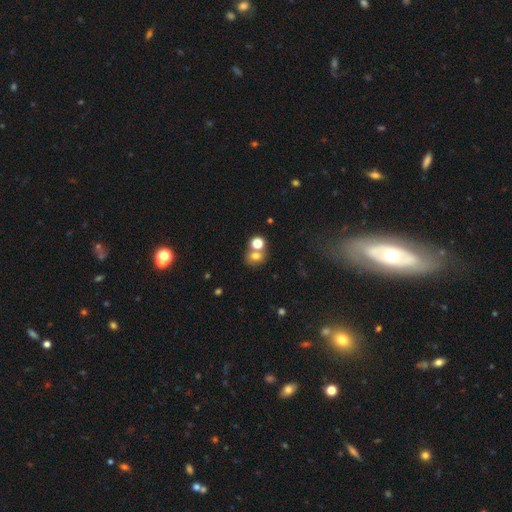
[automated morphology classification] smooth-or-featured: smooth: 71% | star or artifact: 16% | featured or disk: 13%
  how-rounded: round: 61% | in between: 37% | cigar-shaped: 1%
  merging: none: 49% | merger: 36% | minor disturbance: 10% | major disturbance: 5%